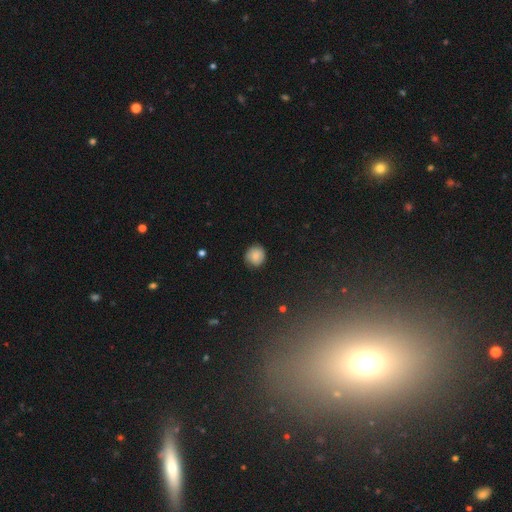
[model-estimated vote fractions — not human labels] A smooth galaxy with no disk features (78%) that is round (89%).

Vote fractions:
- Smooth or featured? smooth: 78% / featured or disk: 13% / star or artifact: 9%
- How rounded? round: 89% / in between: 10% / cigar-shaped: 1%
- Merging? none: 83% / minor disturbance: 13% / major disturbance: 3% / merger: 1%